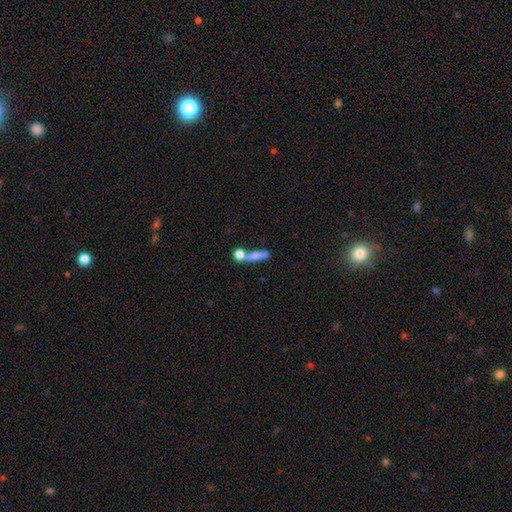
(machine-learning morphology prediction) type=smooth (66%); roundness=cigar-shaped (64%); merging=none (46%).